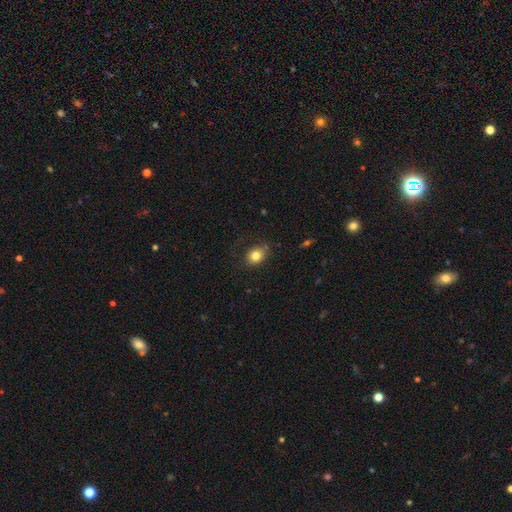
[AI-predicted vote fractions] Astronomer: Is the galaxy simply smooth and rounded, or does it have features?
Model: smooth — 82%.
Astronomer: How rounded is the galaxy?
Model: round — 53% (runner-up: in between, 46%).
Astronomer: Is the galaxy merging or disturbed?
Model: none — 71%.